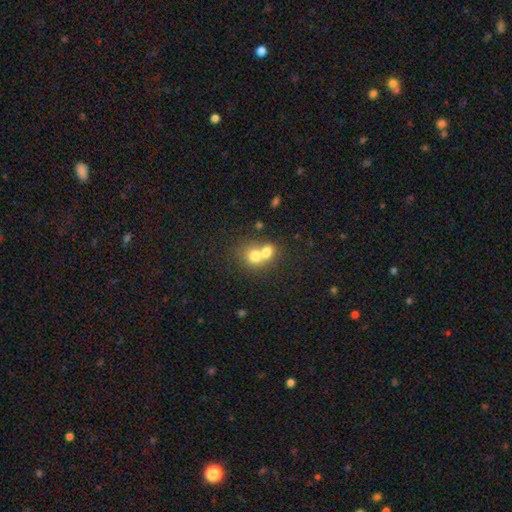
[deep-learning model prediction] Morphology: type=smooth (72%); roundness=round (72%); merging=merger (69%).